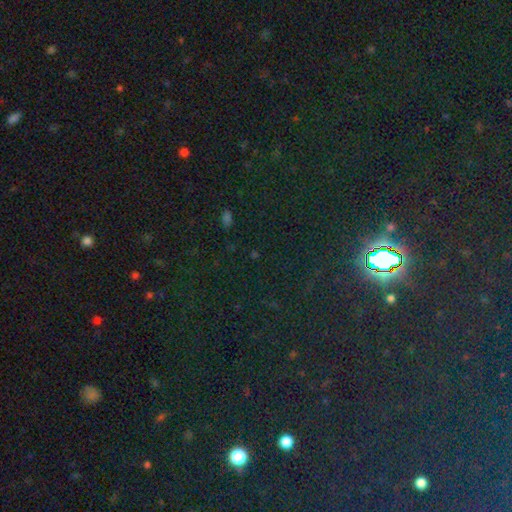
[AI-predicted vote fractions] Overall: star or artifact (82%).